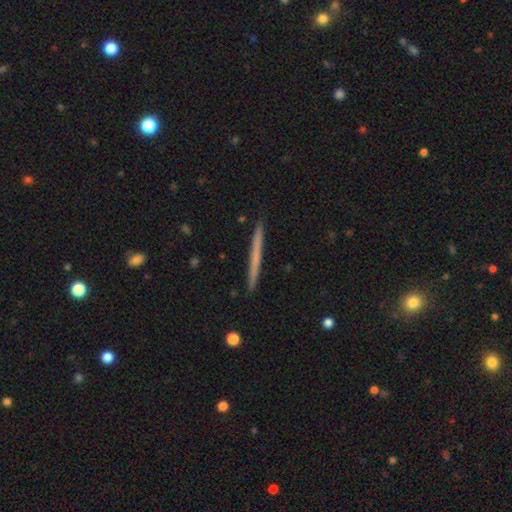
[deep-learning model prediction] The model was most divided on "smooth or featured": smooth: 49%, featured or disk: 46%, star or artifact: 5%. More confident: merging — none (93%).